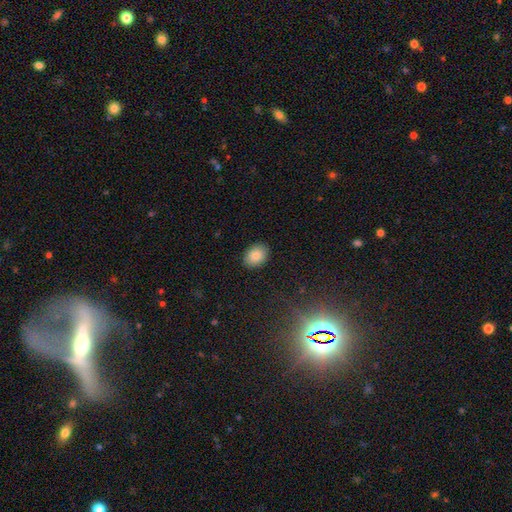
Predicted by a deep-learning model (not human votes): A smooth galaxy with no disk features (87%) that is in between round and cigar-shaped (72%).

Vote fractions:
- Smooth or featured? smooth: 87% / star or artifact: 8% / featured or disk: 5%
- How rounded? in between: 72% / round: 27% / cigar-shaped: 1%
- Merging? none: 89% / minor disturbance: 8% / major disturbance: 2% / merger: 1%